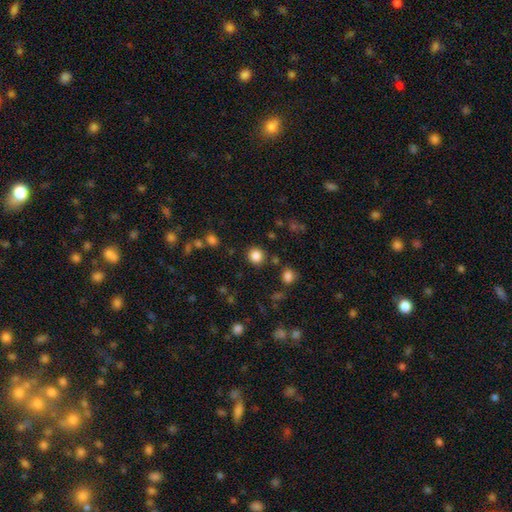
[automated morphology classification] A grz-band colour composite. It shows a smooth galaxy with no disk features (85%) that is round (90%). Merging: none (88%).